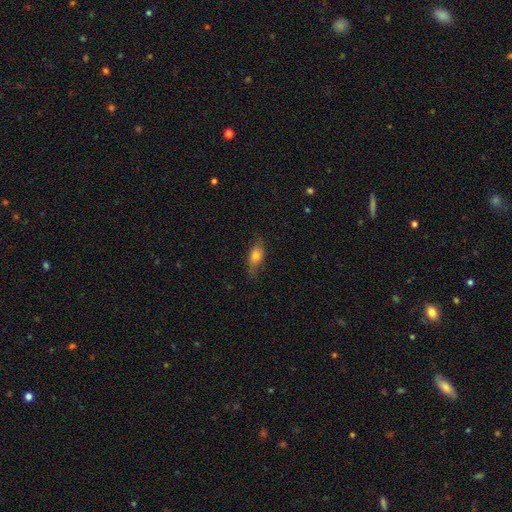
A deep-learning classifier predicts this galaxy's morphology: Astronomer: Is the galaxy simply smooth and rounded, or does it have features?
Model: smooth — 68%.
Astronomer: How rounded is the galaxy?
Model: in between — 75%.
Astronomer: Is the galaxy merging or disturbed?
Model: none — 71%.